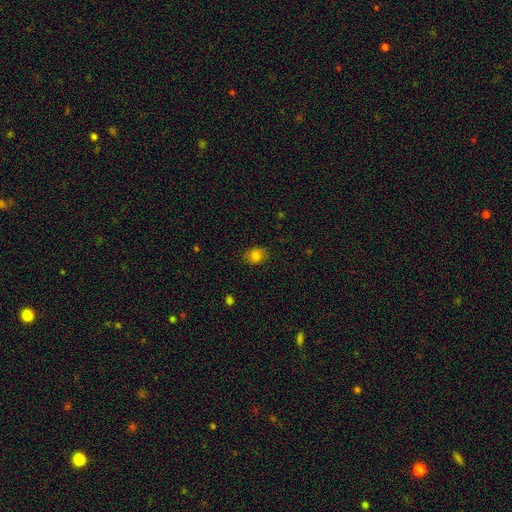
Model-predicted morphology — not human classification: This is clearly a smooth galaxy (81%). How rounded: likely in between (61%). Merging: clearly none (84%).